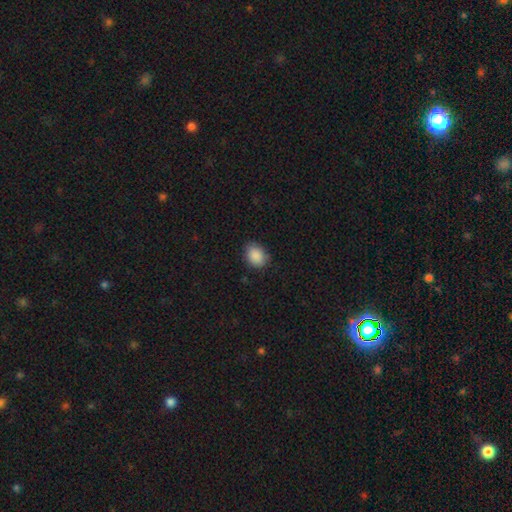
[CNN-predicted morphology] type=smooth (88%); roundness=in between (56%); merging=none (81%).